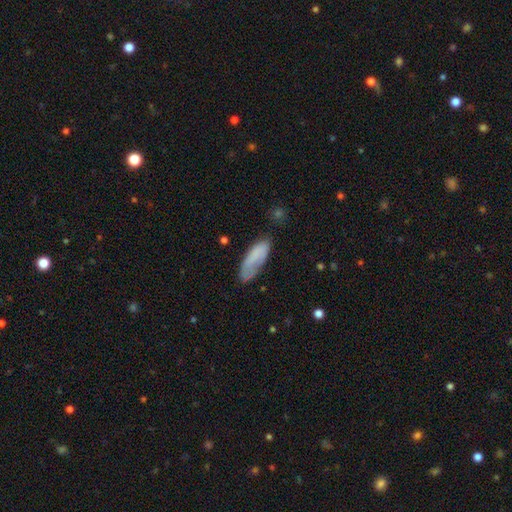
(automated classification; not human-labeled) smooth_or_featured: smooth (p=0.76) [alt: featured or disk p=0.17]
how_rounded: in between (p=0.64) [alt: cigar-shaped p=0.34]
merging: none (p=0.57) [alt: minor disturbance p=0.29]